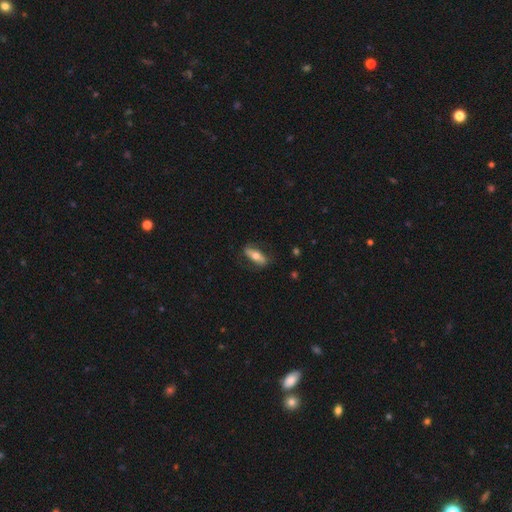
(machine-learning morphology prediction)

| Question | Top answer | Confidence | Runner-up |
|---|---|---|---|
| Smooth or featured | smooth | 50% | featured or disk (44%) |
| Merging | none | 73% | minor disturbance (19%) |